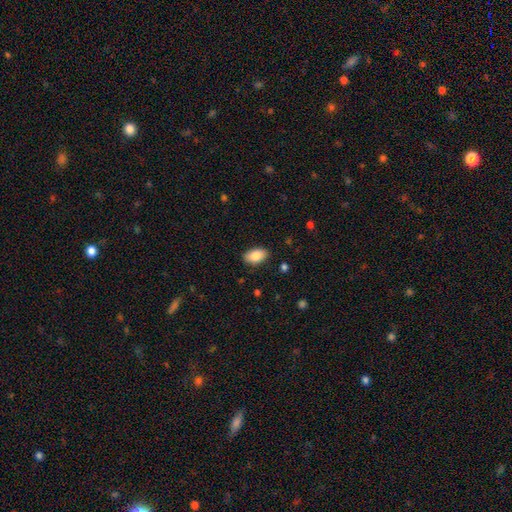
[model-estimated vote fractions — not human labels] This appears to be a smooth galaxy with no disk features (85%) that is in between round and cigar-shaped (93%). Merging: none (87%).